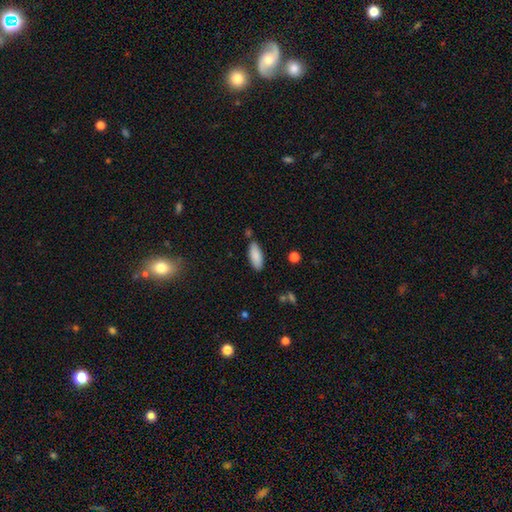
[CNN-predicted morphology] Smooth or featured?
  - smooth: 88% *
  - star or artifact: 6%
  - featured or disk: 6%
How rounded?
  - in between: 76% *
  - cigar-shaped: 23%
  - round: 2%
Merging?
  - none: 80% *
  - minor disturbance: 13%
  - merger: 4%
  - major disturbance: 3%